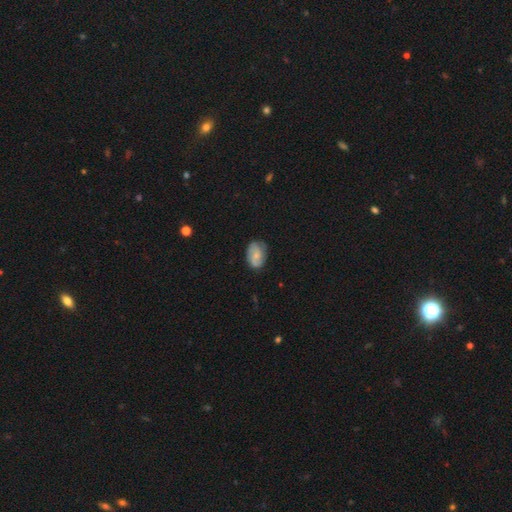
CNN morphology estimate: Smooth or featured? featured or disk (51%)
Edge-on disk? no (97%)
Merging? none (72%)